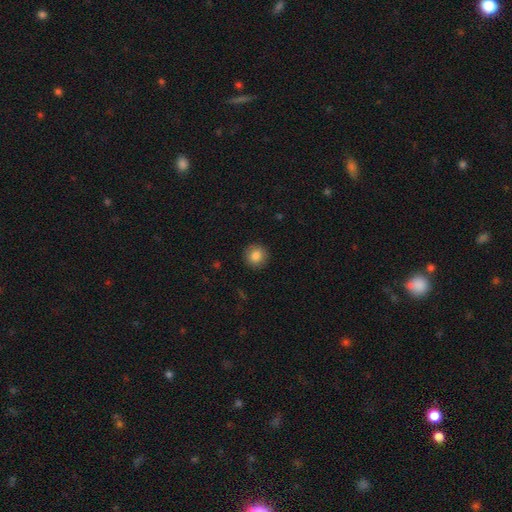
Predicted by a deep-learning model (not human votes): smooth-or-featured: smooth: 85% | star or artifact: 9% | featured or disk: 6%
  how-rounded: round: 93% | in between: 6% | cigar-shaped: 1%
  merging: none: 91% | minor disturbance: 6% | major disturbance: 2% | merger: 1%